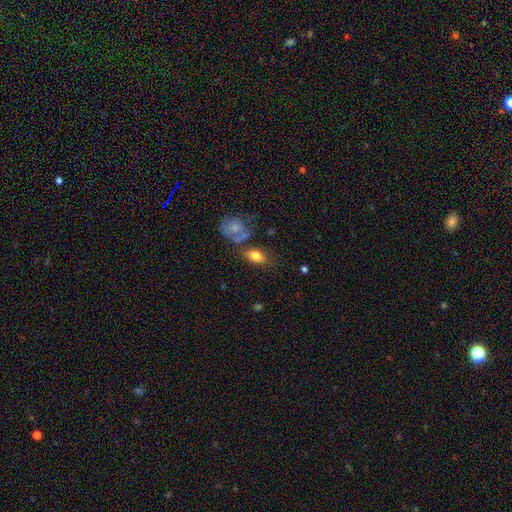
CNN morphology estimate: smooth_or_featured: smooth (p=0.79) [alt: featured or disk p=0.13]
how_rounded: in between (p=0.86) [alt: round p=0.10]
merging: none (p=0.62) [alt: minor disturbance p=0.18]